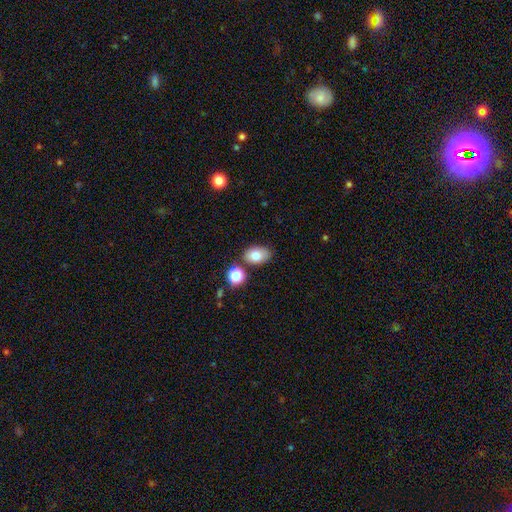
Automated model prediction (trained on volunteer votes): Smooth or featured: smooth — 78% (featured or disk — 12%)
How rounded: in between — 84% (round — 14%)
Merging: none — 73% (minor disturbance — 14%)